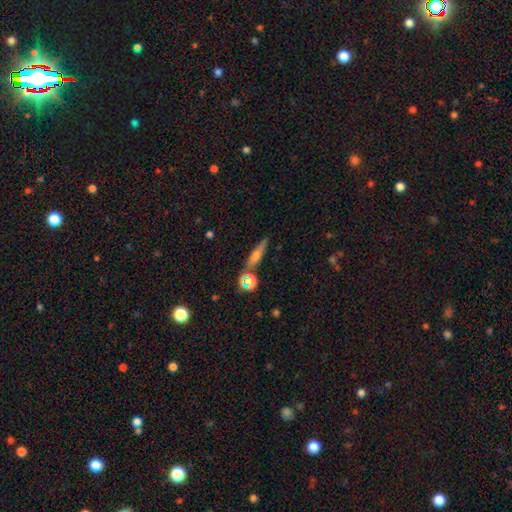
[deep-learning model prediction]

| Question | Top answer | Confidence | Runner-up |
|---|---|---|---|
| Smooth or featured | smooth | 48% | featured or disk (38%) |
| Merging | none | 77% | minor disturbance (11%) |